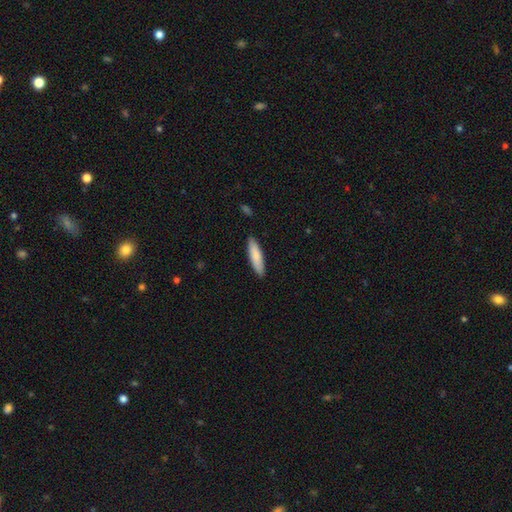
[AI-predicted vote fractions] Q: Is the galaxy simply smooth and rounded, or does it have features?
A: smooth — 84%.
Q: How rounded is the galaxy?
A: cigar-shaped — 70%.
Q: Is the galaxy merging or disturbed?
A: none — 89%.